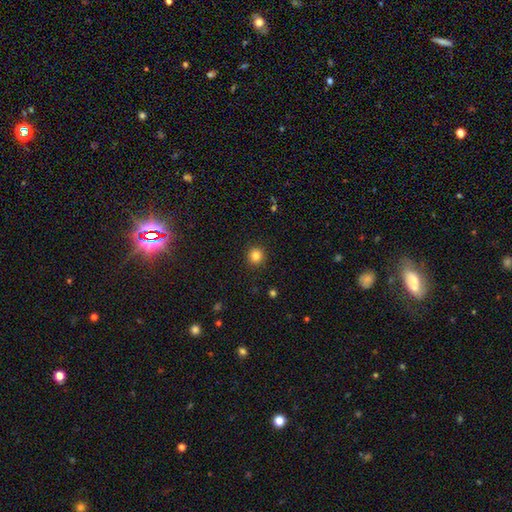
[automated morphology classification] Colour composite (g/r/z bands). It shows a smooth galaxy with no disk features (84%) that is round (93%). Merging: none (92%).